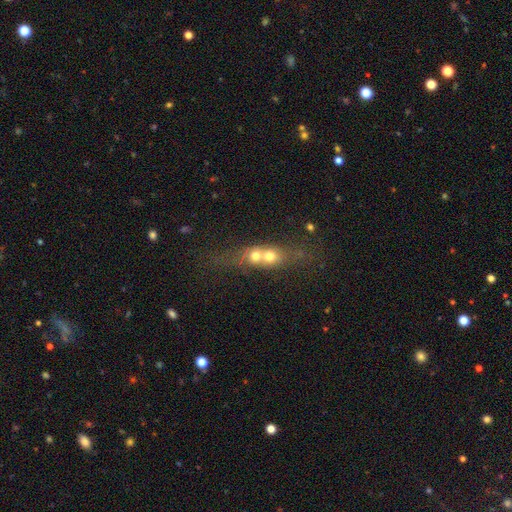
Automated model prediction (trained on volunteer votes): Overall: smooth (60%; featured or disk 29%). How rounded: round (57%; in between 34%). Merging: merger (76%).